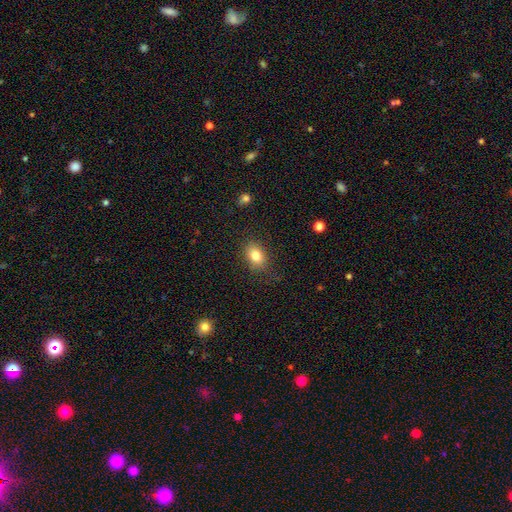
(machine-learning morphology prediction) Smooth or featured? smooth (82%)
How rounded? in between (76%)
Merging? none (82%)